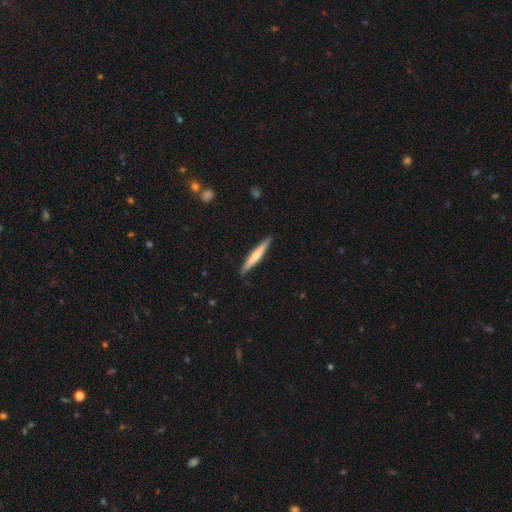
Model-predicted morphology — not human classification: Overall: smooth (57%; featured or disk 39%). How rounded: cigar-shaped (95%). Merging: none (88%).